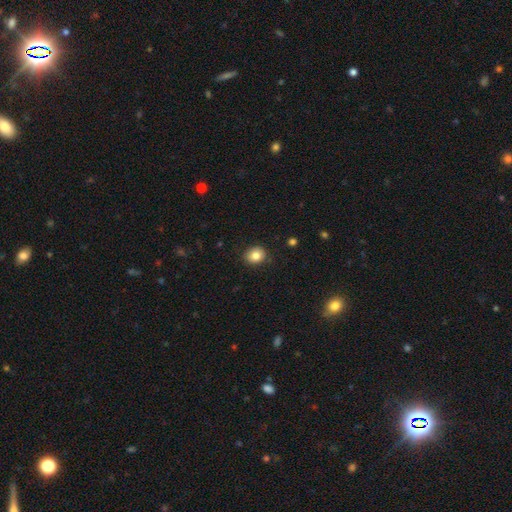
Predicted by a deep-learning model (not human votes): Q: Smooth or featured?
A: smooth (83%); runner-up: star or artifact (10%)
Q: How rounded?
A: round (64%); runner-up: in between (35%)
Q: Merging?
A: none (87%); runner-up: minor disturbance (10%)